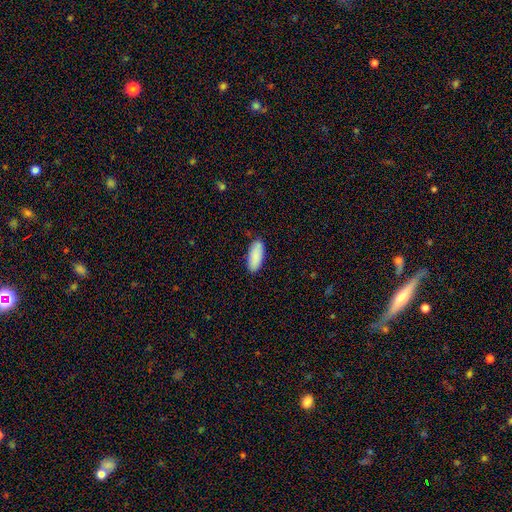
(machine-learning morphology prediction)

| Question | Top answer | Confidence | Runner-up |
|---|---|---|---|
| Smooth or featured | smooth | 90% | star or artifact (6%) |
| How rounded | in between | 83% | cigar-shaped (15%) |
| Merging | none | 87% | minor disturbance (10%) |